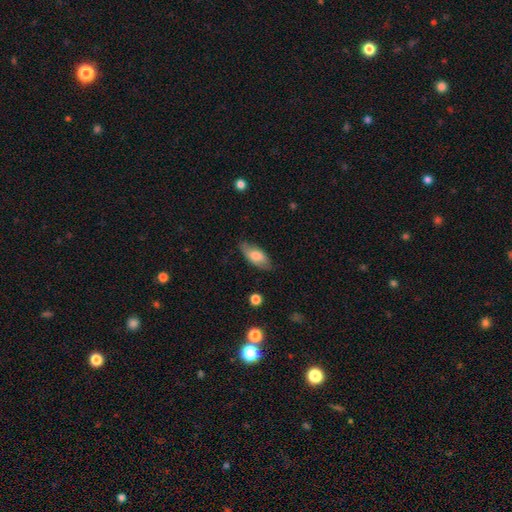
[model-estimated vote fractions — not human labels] Smooth or featured? Predicted: smooth (p=0.73). How rounded? Predicted: in between (p=0.86). Merging? Predicted: none (p=0.76).